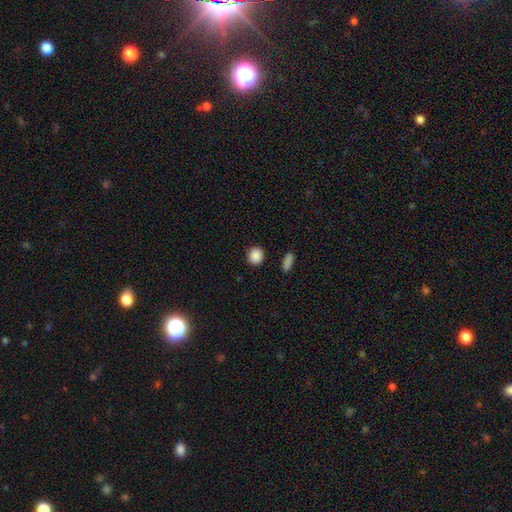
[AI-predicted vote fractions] smooth_or_featured: smooth (p=0.89) [alt: star or artifact p=0.08]
how_rounded: round (p=0.79) [alt: in between p=0.19]
merging: none (p=0.90) [alt: minor disturbance p=0.06]